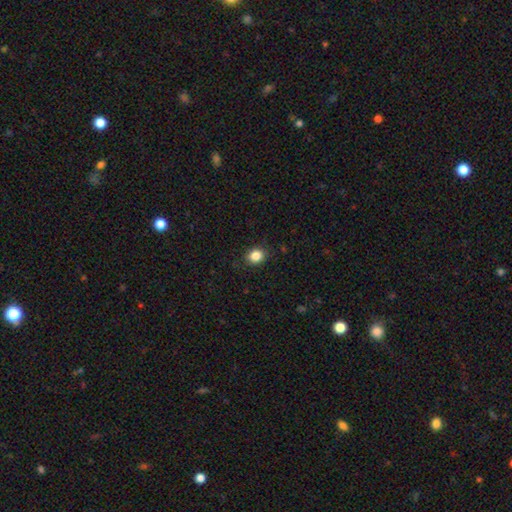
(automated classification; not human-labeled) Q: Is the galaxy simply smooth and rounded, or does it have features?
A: smooth — 85%.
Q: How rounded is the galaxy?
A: round — 64%.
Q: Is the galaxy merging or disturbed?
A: none — 87%.